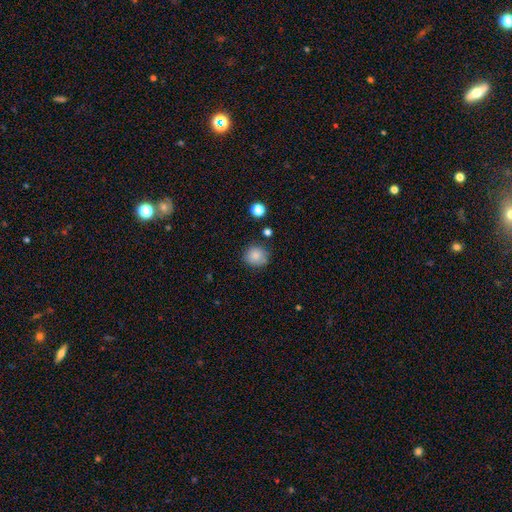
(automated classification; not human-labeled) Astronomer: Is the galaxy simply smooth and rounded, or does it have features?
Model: smooth — 85%.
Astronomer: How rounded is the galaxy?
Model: round — 86%.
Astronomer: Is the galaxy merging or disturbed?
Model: none — 80%.